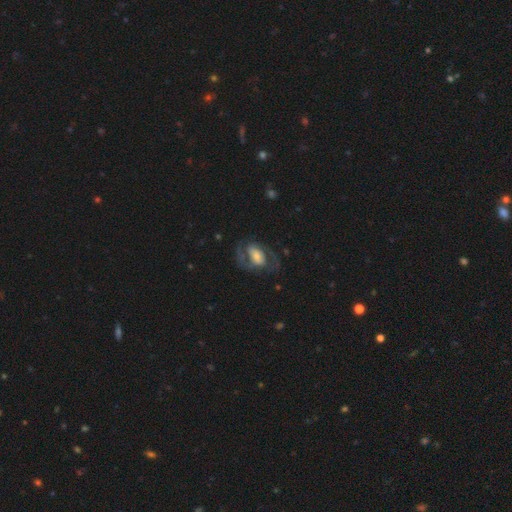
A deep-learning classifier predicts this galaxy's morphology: Smooth or featured? Predicted: featured or disk (p=0.72). Edge-on disk? Predicted: no (p=0.96). Bar? Predicted: weak (p=0.38). Spiral arms? Predicted: yes (p=0.83). Spiral winding? Predicted: medium (p=0.53). Spiral arm count? Predicted: 2 (p=0.85). Bulge size? Predicted: small (p=0.33). Merging? Predicted: none (p=0.64).